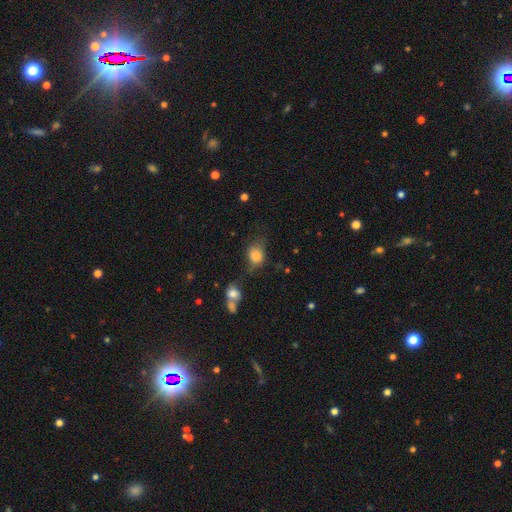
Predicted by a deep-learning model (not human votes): This is likely a smooth galaxy (78%). How rounded: possibly round (49%, tied with in between). Merging: marginally none (44%).